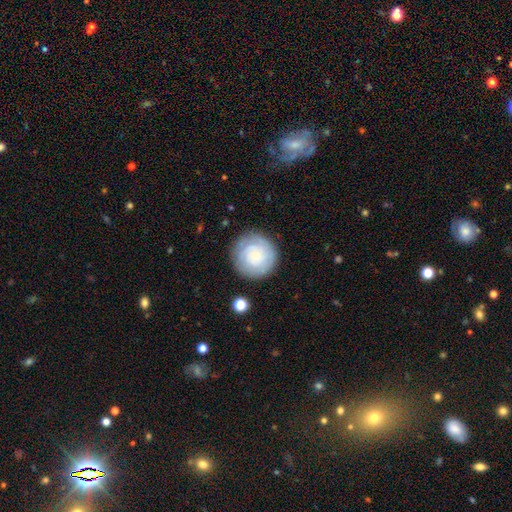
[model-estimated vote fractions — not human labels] featured or disk 48%, smooth 44%, star or artifact 8%. Down the decision tree: merging — none (82%).